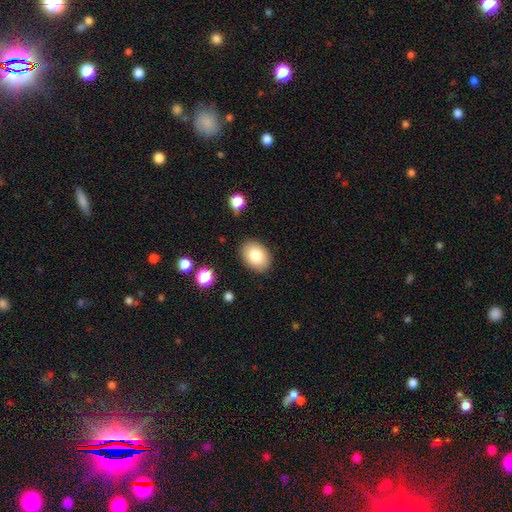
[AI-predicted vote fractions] A smooth galaxy with no disk features (82%) that is in between round and cigar-shaped (75%). Merging: none (87%).